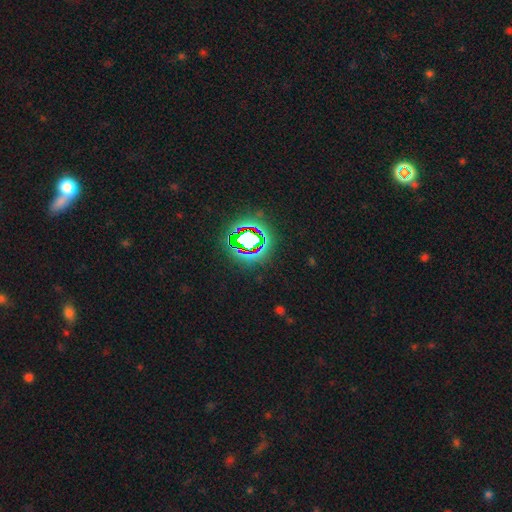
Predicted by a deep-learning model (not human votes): Overall: star or artifact (78%).